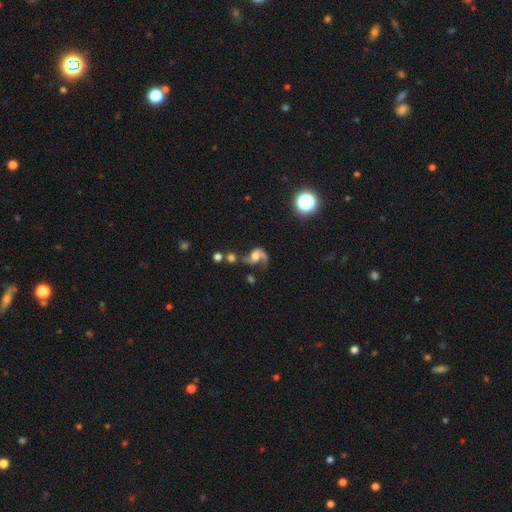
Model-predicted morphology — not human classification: Overall: featured or disk (74%). Edge-on disk: no (97%). Bar: no (60%; weak 30%). Spiral arms: yes (91%). Spiral arm count: 2 (73%). Spiral winding: loose (69%). Bulge size: moderate (50%; large 26%). Merging: none (36%; major disturbance 27%).